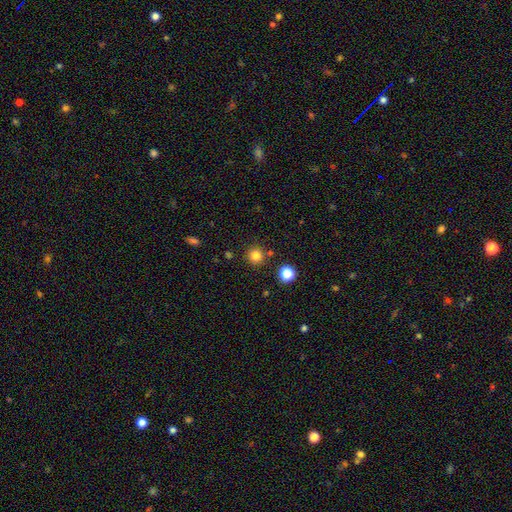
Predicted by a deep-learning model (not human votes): Smooth or featured: smooth — 82% (star or artifact — 14%)
How rounded: round — 94% (in between — 5%)
Merging: none — 86% (minor disturbance — 7%)